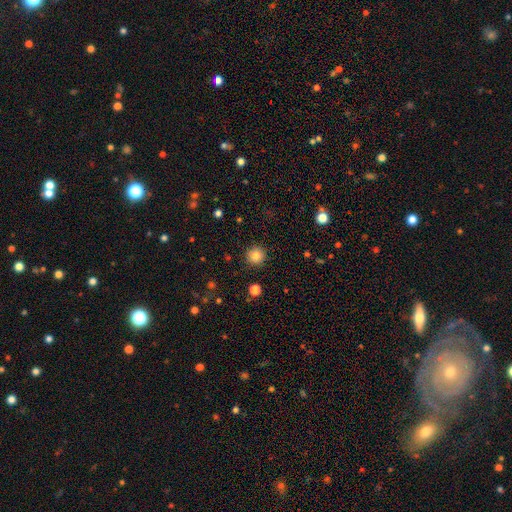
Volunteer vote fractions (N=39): Overall: smooth (90%). How rounded: round (94%). Merging: none (86%).